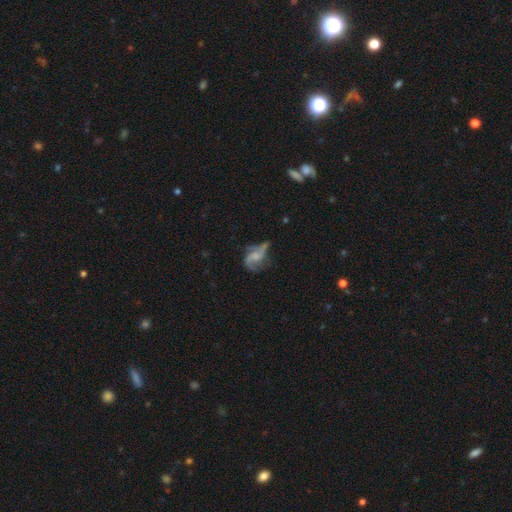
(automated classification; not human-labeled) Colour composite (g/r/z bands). It shows a featured or disk galaxy (71%) with no bar (56%), 2 (76%) loose (55%) spiral arms (86%) and a small central bulge (34%). Merging: none (41%).